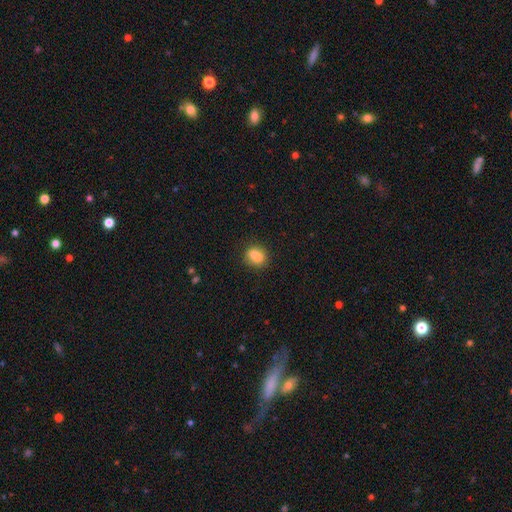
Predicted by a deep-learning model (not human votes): A smooth galaxy with no disk features (78%) that is in between round and cigar-shaped (49%).

Vote fractions:
- Smooth or featured? smooth: 78% / featured or disk: 13% / star or artifact: 9%
- How rounded? in between: 49% / round: 47% / cigar-shaped: 4%
- Merging? none: 61% / merger: 20% / minor disturbance: 15% / major disturbance: 4%